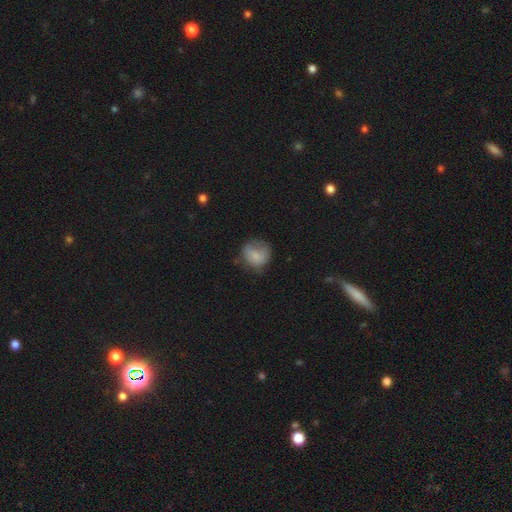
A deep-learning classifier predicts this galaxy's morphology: Smooth or featured? Predicted: smooth (p=0.71). How rounded? Predicted: round (p=0.74). Merging? Predicted: none (p=0.52).